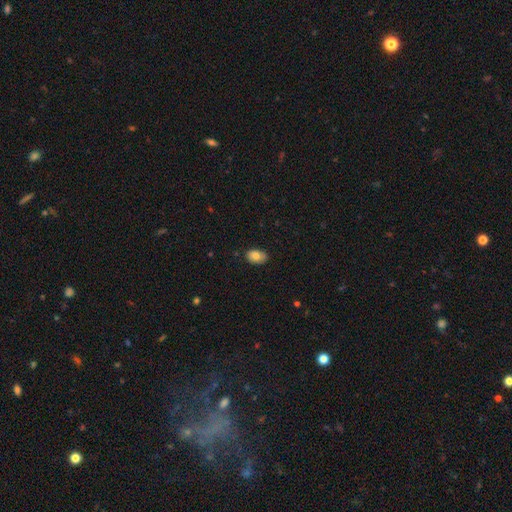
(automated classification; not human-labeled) smooth 79%, featured or disk 13%, star or artifact 8%. Down the decision tree: how rounded — in between (86%); merging — none (83%).